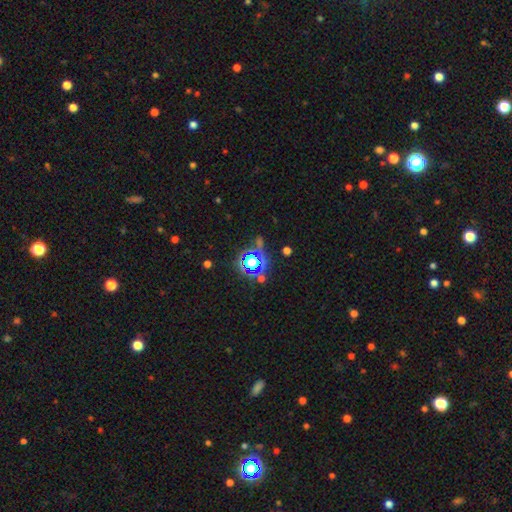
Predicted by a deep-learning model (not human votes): smooth-or-featured: star or artifact: 78% | smooth: 14% | featured or disk: 8%